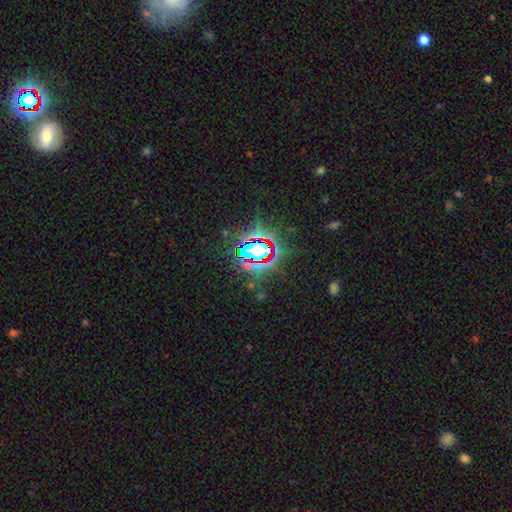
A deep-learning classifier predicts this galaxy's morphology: Q: Smooth or featured?
A: star or artifact (81%); runner-up: smooth (11%)